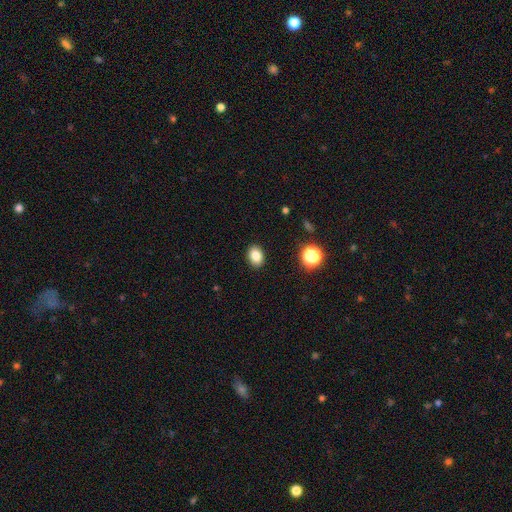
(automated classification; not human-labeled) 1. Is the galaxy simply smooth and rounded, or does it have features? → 83% smooth, 11% star or artifact, 6% featured or disk.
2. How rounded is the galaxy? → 69% in between, 30% round, 1% cigar-shaped.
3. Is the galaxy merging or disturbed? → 90% none, 7% minor disturbance, 2% major disturbance, 1% merger.